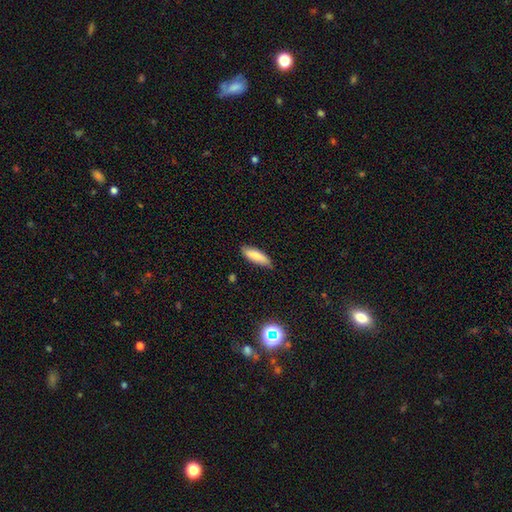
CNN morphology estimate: Smooth or featured? smooth (80%)
How rounded? in between (51%)
Merging? none (79%)